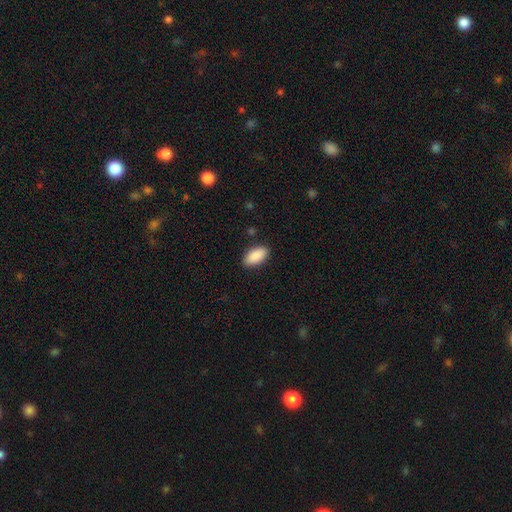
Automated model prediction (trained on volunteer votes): This appears to be a smooth galaxy with no disk features (90%) that is in between round and cigar-shaped (94%). Merging: none (88%).